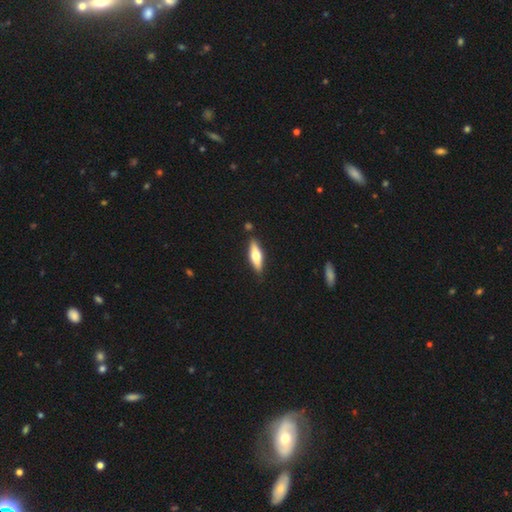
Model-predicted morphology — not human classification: A smooth galaxy with no disk features (51%) that is cigar-shaped (54%). Merging: none (87%).